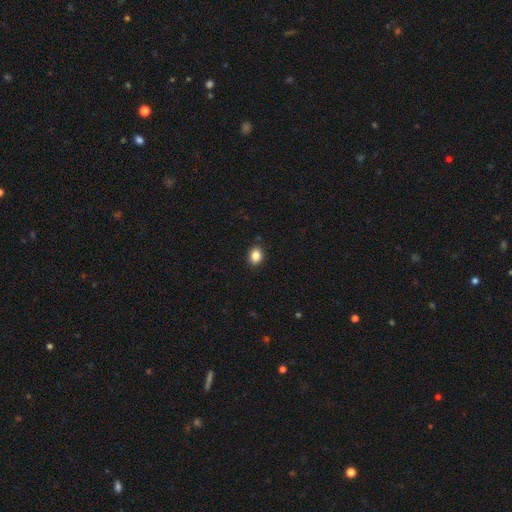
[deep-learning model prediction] The model was most divided on "how rounded": in between: 58%, round: 41%, cigar-shaped: 1%. More confident: merging — none (89%); smooth or featured — smooth (86%).